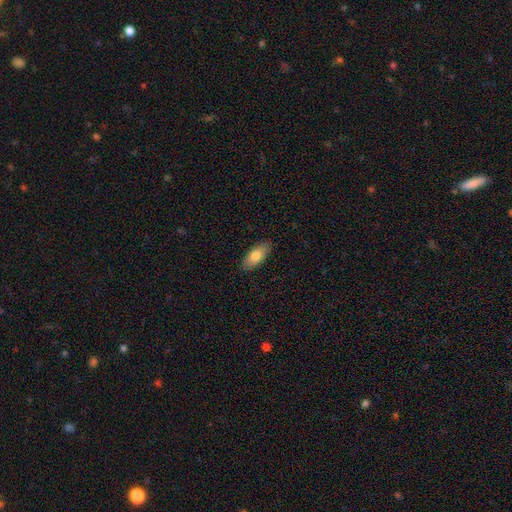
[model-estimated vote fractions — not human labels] Q: Smooth or featured?
A: smooth (79%); runner-up: featured or disk (15%)
Q: How rounded?
A: in between (86%); runner-up: cigar-shaped (11%)
Q: Merging?
A: none (87%); runner-up: minor disturbance (10%)